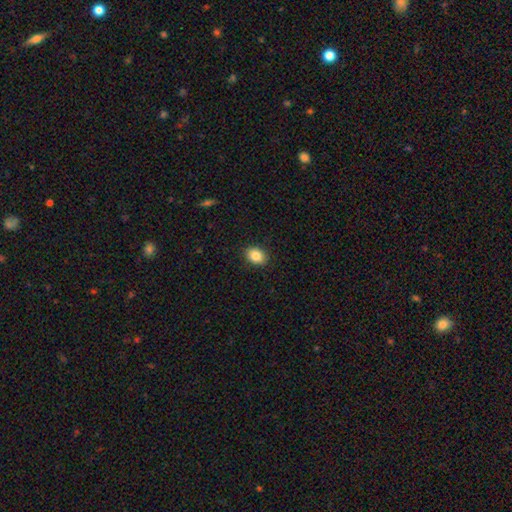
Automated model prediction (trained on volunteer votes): A smooth galaxy with no disk features (86%) that is in between round and cigar-shaped (69%).

Vote fractions:
- Smooth or featured? smooth: 86% / star or artifact: 9% / featured or disk: 5%
- How rounded? in between: 69% / round: 30% / cigar-shaped: 1%
- Merging? none: 90% / minor disturbance: 7% / major disturbance: 2% / merger: 1%